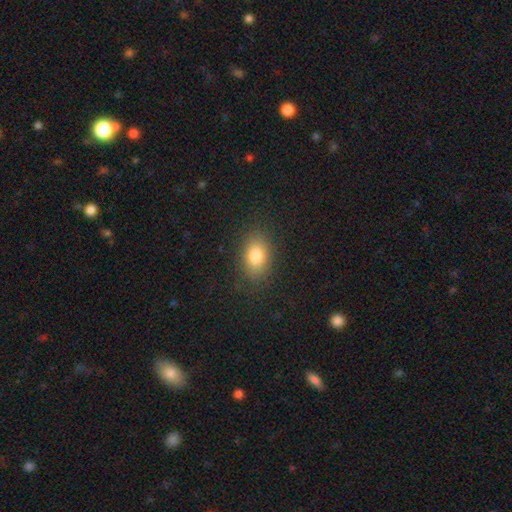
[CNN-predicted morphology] Smooth or featured? Predicted: smooth (p=0.81). How rounded? Predicted: in between (p=0.79). Merging? Predicted: none (p=0.86).